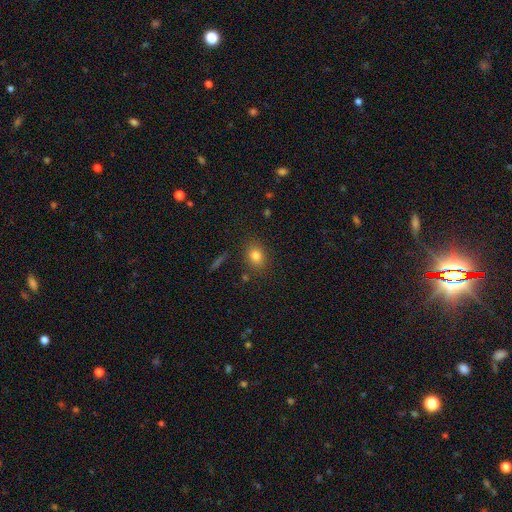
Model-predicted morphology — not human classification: Smooth or featured: smooth — 79% (star or artifact — 12%)
How rounded: in between — 53% (round — 46%)
Merging: none — 84% (minor disturbance — 10%)